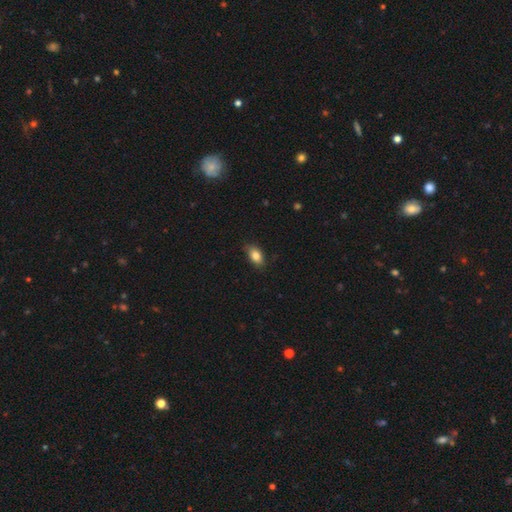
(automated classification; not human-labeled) Morphology: type=smooth (83%); roundness=in between (87%); merging=none (79%).